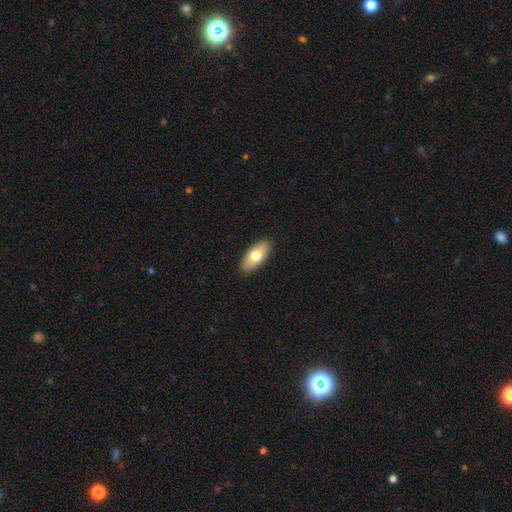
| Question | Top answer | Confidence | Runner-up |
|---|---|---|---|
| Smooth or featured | smooth | 70% | featured or disk (22%) |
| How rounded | in between | 92% | cigar-shaped (8%) |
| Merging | none | 91% | major disturbance (6%) |